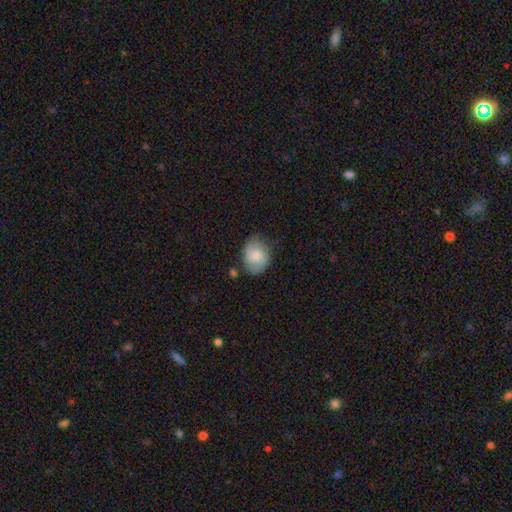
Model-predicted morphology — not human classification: Q: Smooth or featured?
A: smooth (64%); runner-up: featured or disk (29%)
Q: How rounded?
A: in between (53%); runner-up: round (46%)
Q: Merging?
A: none (65%); runner-up: minor disturbance (25%)